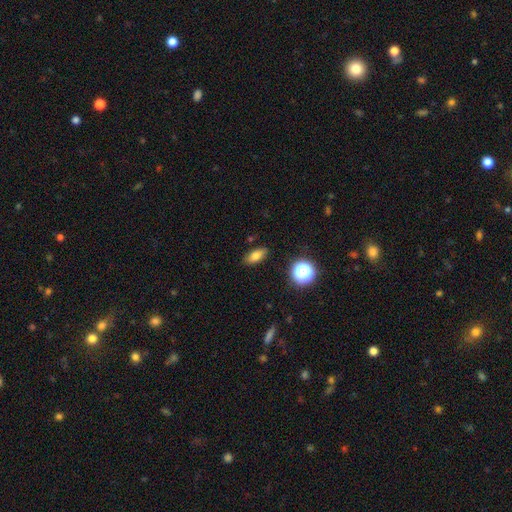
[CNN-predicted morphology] Smooth or featured: smooth — 76% (star or artifact — 12%)
How rounded: in between — 81% (cigar-shaped — 11%)
Merging: none — 87% (minor disturbance — 10%)